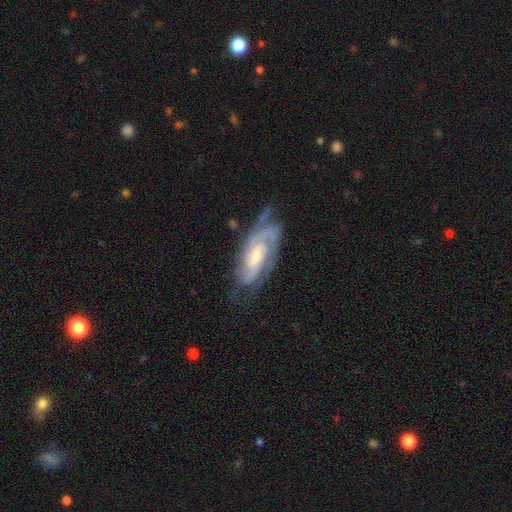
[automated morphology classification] featured or disk 83%, smooth 11%, star or artifact 6%. Down the decision tree: edge-on disk — no (92%); bar — no (50%); spiral arms — yes (95%); spiral arm count — 2 (37%); spiral winding — tight (52%); bulge size — moderate (49%); merging — none (59%).